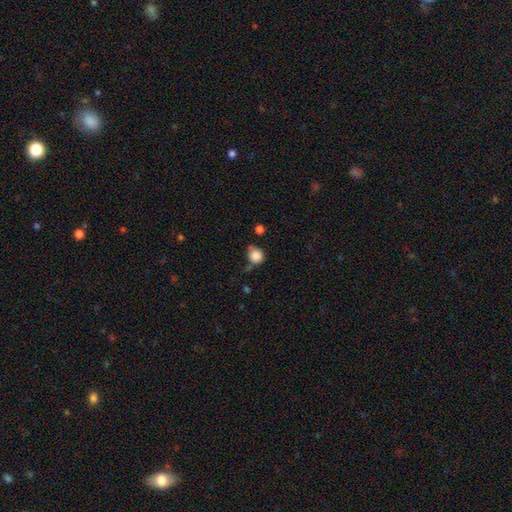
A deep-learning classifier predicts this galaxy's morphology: Overall: smooth (84%). How rounded: round (72%). Merging: none (46%; minor disturbance 34%).